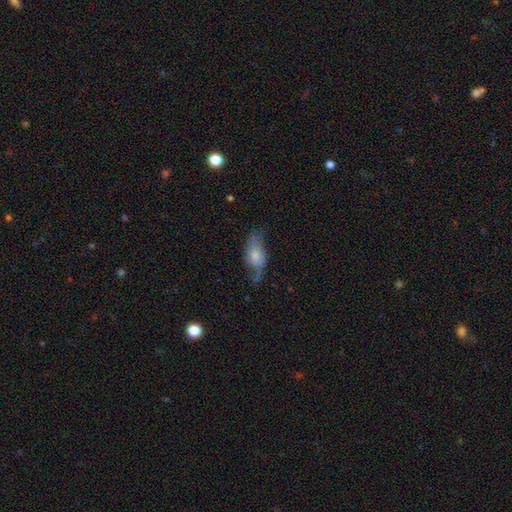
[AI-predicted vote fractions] Q: Smooth or featured?
A: smooth (49%); runner-up: featured or disk (43%)
Q: Merging?
A: none (39%); runner-up: minor disturbance (30%)